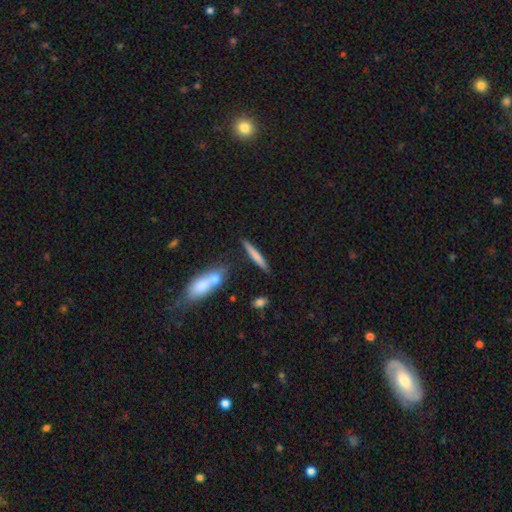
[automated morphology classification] Smooth or featured?
  - smooth: 68% *
  - featured or disk: 26%
  - star or artifact: 6%
How rounded?
  - cigar-shaped: 93% *
  - in between: 5%
  - round: 2%
Merging?
  - none: 82% *
  - minor disturbance: 9%
  - merger: 7%
  - major disturbance: 2%